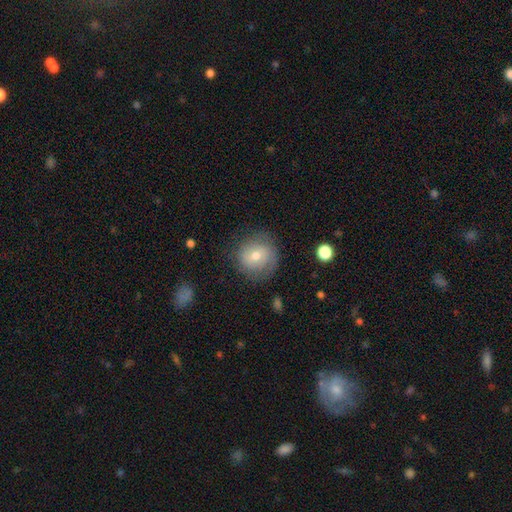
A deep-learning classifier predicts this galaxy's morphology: Smooth or featured?
  - smooth: 59% *
  - featured or disk: 33%
  - star or artifact: 8%
How rounded?
  - round: 88% *
  - in between: 11%
  - cigar-shaped: 1%
Merging?
  - none: 74% *
  - minor disturbance: 18%
  - major disturbance: 7%
  - merger: 1%